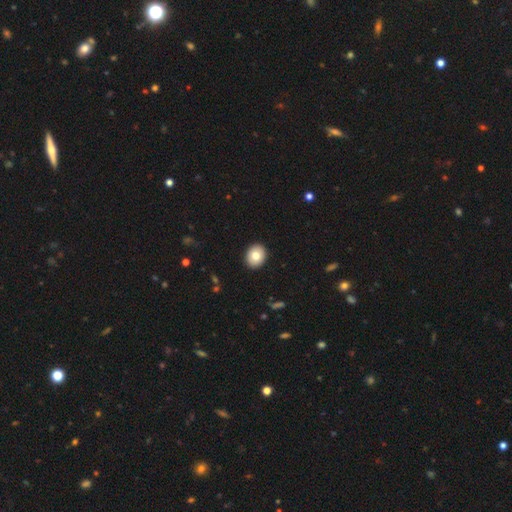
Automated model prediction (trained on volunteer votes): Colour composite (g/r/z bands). It shows a smooth galaxy with no disk features (78%) that is round (57%). Merging: none (92%).